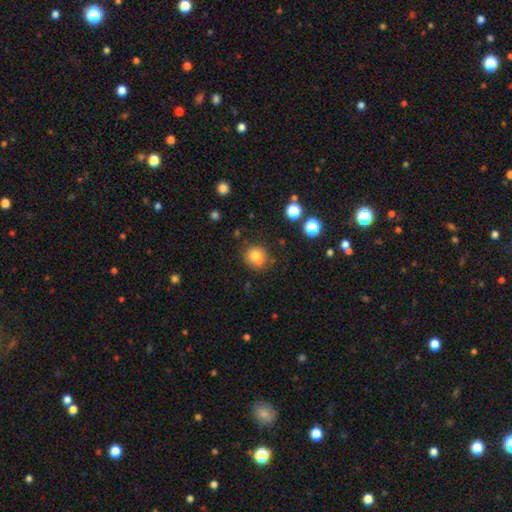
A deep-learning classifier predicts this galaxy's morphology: Smooth or featured? smooth (80%)
How rounded? round (80%)
Merging? none (78%)